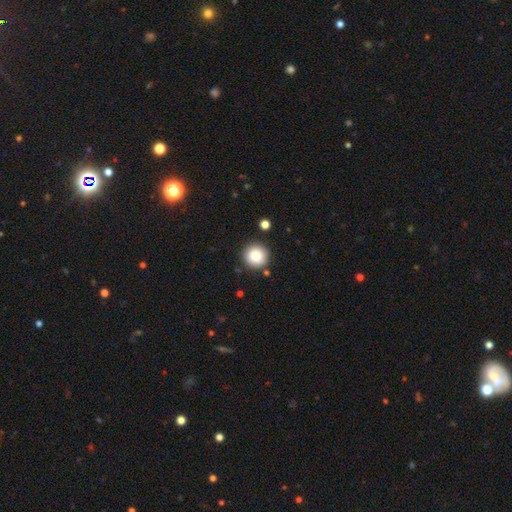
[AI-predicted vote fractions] Smooth or featured?
  - smooth: 84% *
  - star or artifact: 9%
  - featured or disk: 7%
How rounded?
  - round: 95% *
  - in between: 4%
  - cigar-shaped: 1%
Merging?
  - none: 88% *
  - minor disturbance: 7%
  - merger: 3%
  - major disturbance: 2%